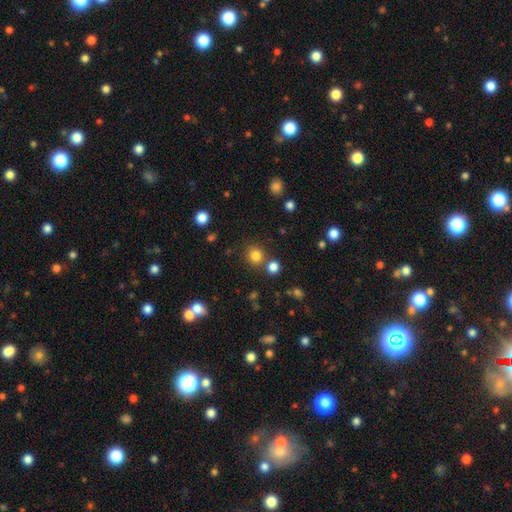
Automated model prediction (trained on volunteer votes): A smooth galaxy with no disk features (81%) that is round (89%). Merging: none (77%).